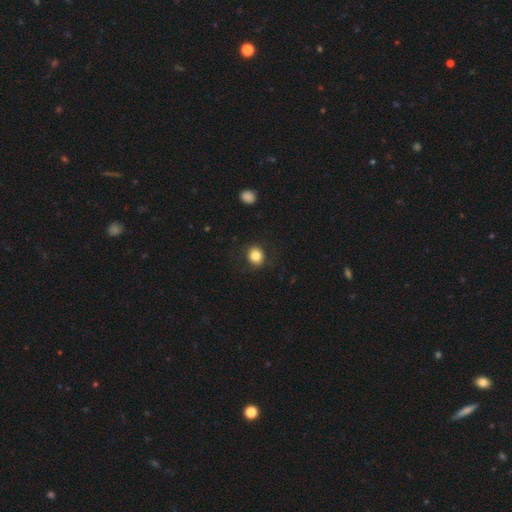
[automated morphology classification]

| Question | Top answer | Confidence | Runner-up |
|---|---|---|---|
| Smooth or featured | smooth | 84% | star or artifact (10%) |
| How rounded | round | 76% | in between (23%) |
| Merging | none | 86% | minor disturbance (9%) |